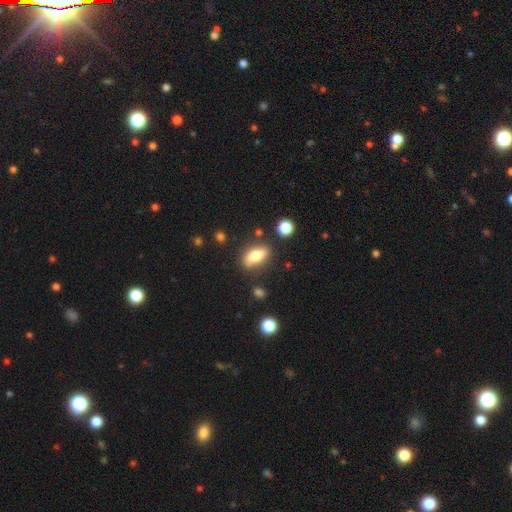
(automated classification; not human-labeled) Morphology: type=smooth (68%); roundness=in between (77%); merging=none (74%).